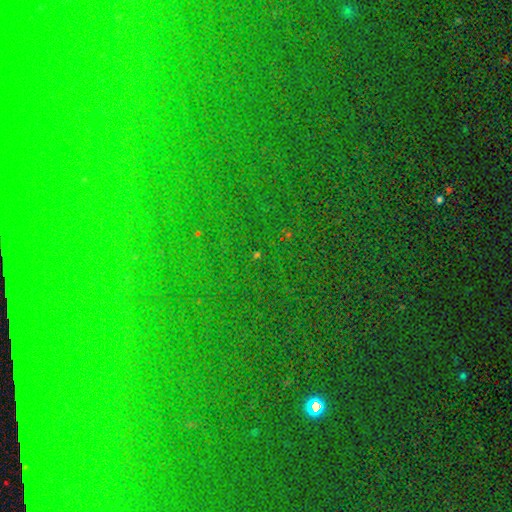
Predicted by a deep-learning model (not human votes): This appears to be a star or artifact, not a galaxy (81%).